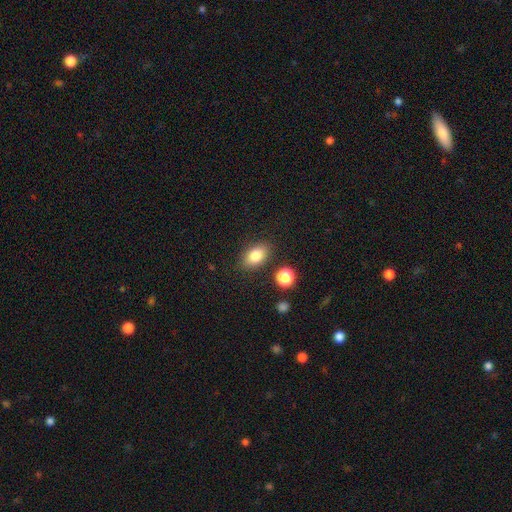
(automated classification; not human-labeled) Morphology: type=smooth (82%); roundness=in between (84%); merging=none (84%).